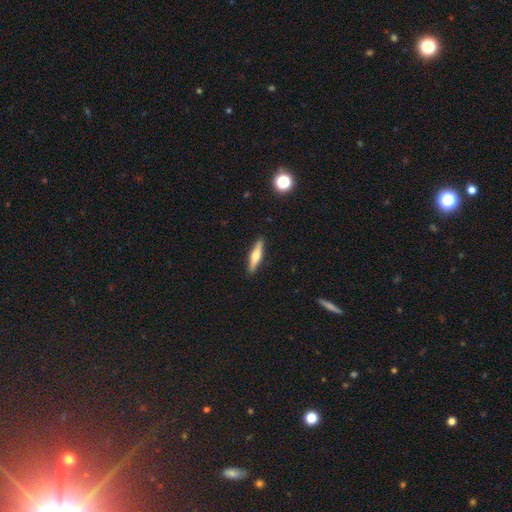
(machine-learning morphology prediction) The model was most divided on "smooth or featured": featured or disk: 48%, smooth: 46%, star or artifact: 6%. More confident: merging — none (90%).